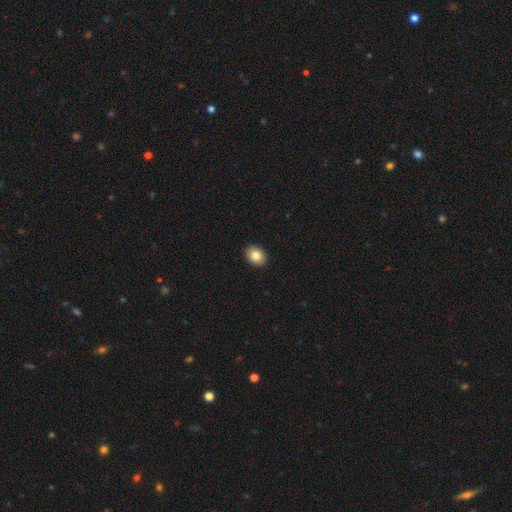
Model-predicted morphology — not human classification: The model was most divided on "how rounded": in between: 66%, round: 33%, cigar-shaped: 1%. More confident: merging — none (92%); smooth or featured — smooth (83%).